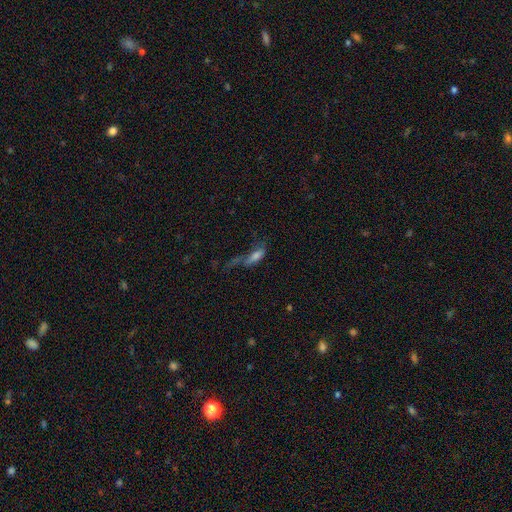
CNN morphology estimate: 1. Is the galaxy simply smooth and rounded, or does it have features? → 49% smooth, 35% featured or disk, 16% star or artifact.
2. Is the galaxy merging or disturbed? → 43% major disturbance, 27% none, 18% minor disturbance, 12% merger.